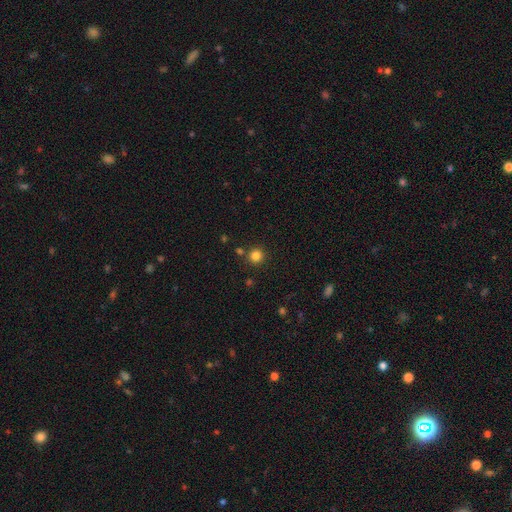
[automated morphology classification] type=smooth (82%); roundness=round (94%); merging=none (85%).